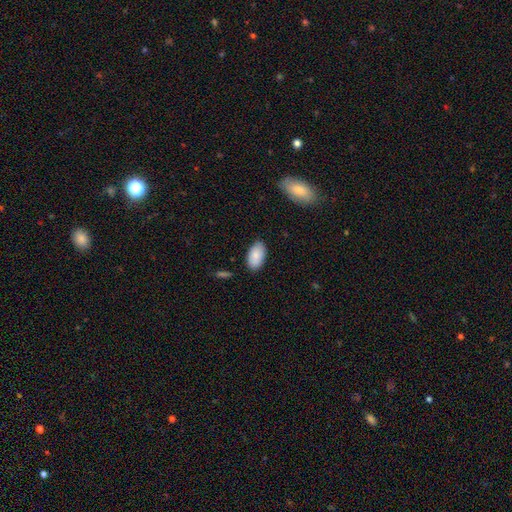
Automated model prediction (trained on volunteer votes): This is clearly a smooth galaxy (85%). How rounded: clearly in between (95%). Merging: clearly none (84%).